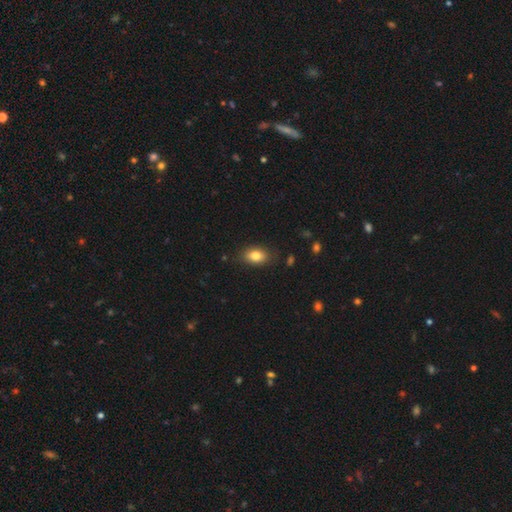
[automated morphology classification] This is clearly a smooth galaxy (83%). How rounded: clearly in between (85%). Merging: clearly none (83%).